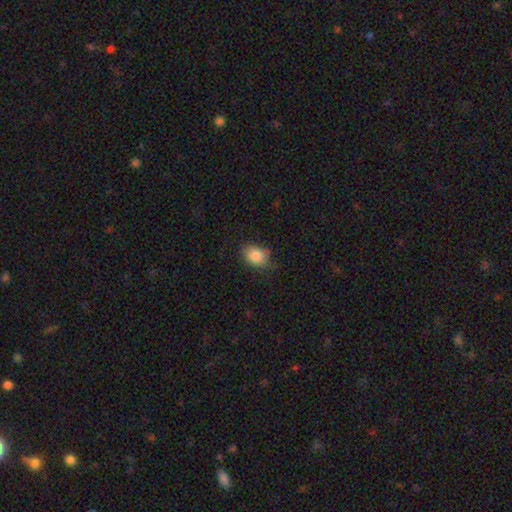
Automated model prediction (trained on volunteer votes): smooth 87%, star or artifact 8%, featured or disk 5%. Down the decision tree: how rounded — in between (68%); merging — none (71%).